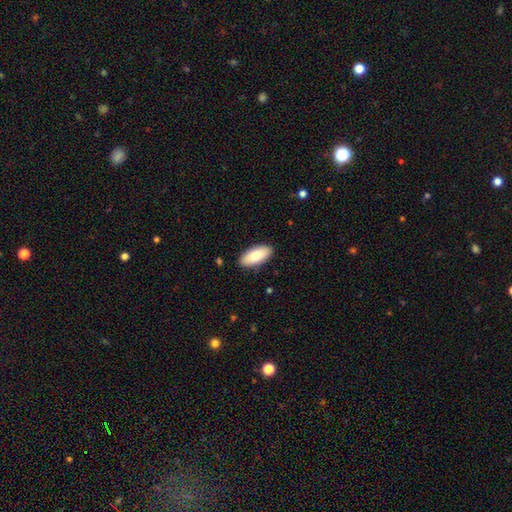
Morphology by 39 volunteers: Smooth or featured? smooth (64%)
How rounded? in between (92%)
Merging? none (83%)